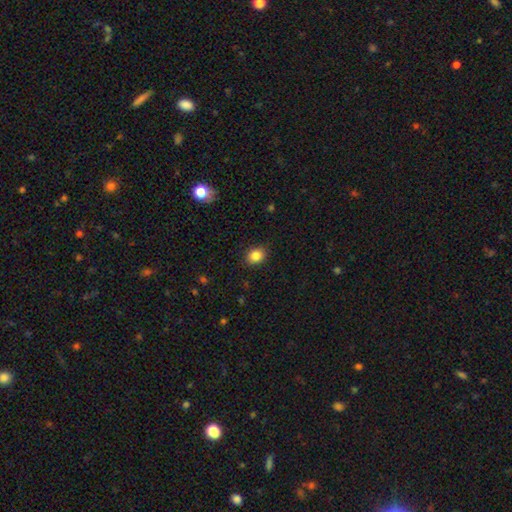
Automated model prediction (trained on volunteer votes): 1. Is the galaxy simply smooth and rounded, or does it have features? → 85% smooth, 10% star or artifact, 5% featured or disk.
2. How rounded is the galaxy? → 53% round, 46% in between, 1% cigar-shaped.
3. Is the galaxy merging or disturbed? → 89% none, 8% minor disturbance, 2% major disturbance, 1% merger.